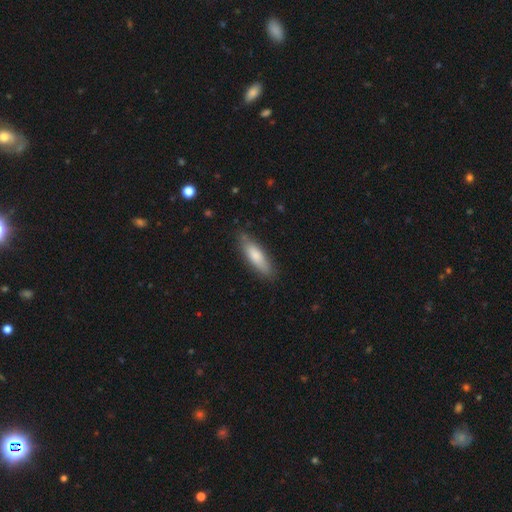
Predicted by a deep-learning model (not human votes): Smooth or featured?
  - smooth: 77% *
  - featured or disk: 17%
  - star or artifact: 5%
How rounded?
  - cigar-shaped: 60% *
  - in between: 39%
  - round: 2%
Merging?
  - none: 82% *
  - minor disturbance: 14%
  - major disturbance: 3%
  - merger: 1%